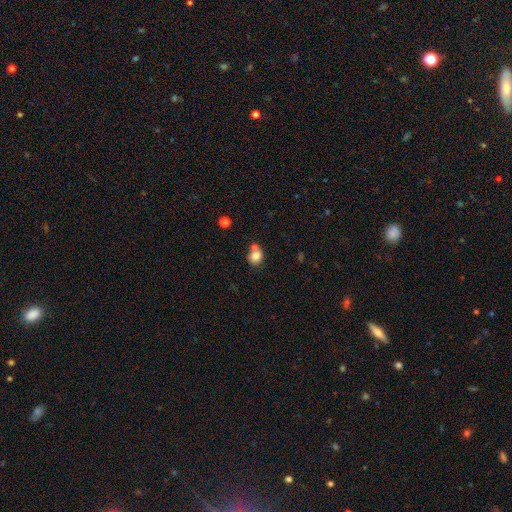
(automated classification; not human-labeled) Morphology: type=smooth (80%); roundness=round (72%); merging=none (51%).